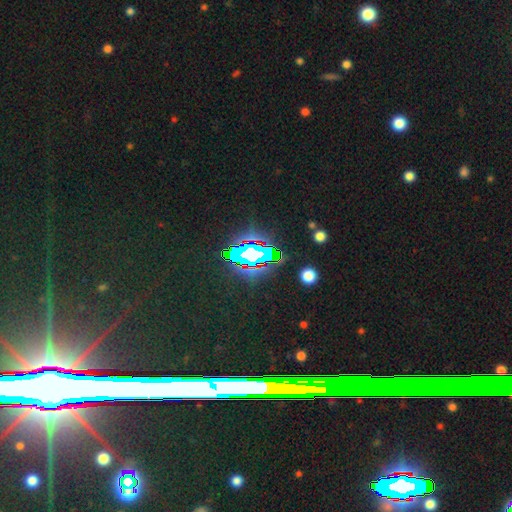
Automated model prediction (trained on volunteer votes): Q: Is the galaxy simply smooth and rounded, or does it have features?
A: star or artifact — 79%.